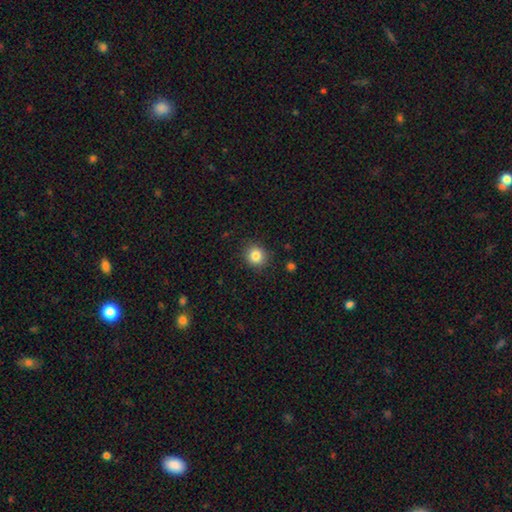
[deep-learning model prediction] A smooth galaxy with no disk features (84%) that is round (85%). Merging: none (89%).